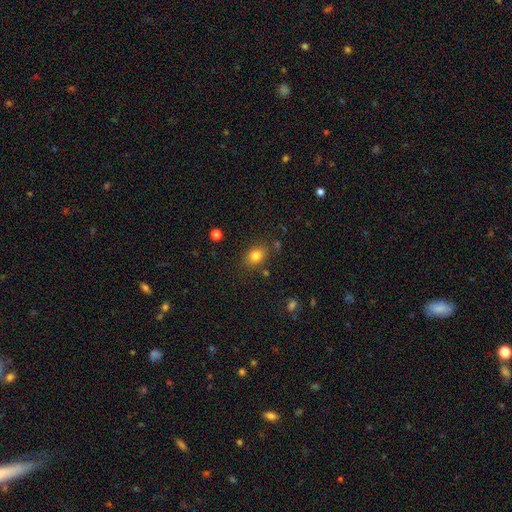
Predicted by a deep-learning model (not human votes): Smooth or featured? Predicted: smooth (p=0.82). How rounded? Predicted: in between (p=0.54). Merging? Predicted: none (p=0.79).